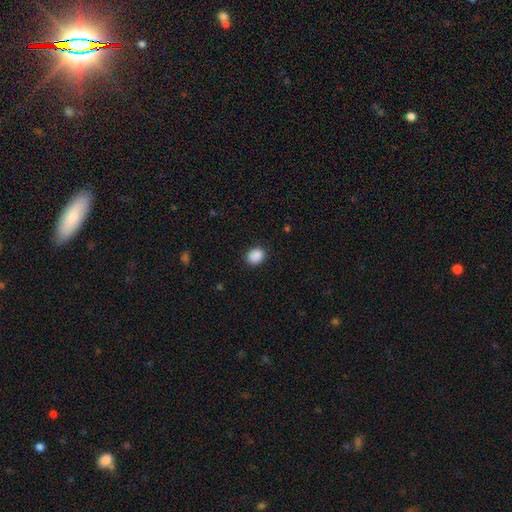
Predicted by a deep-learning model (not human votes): The model was most divided on "how rounded": round: 53%, in between: 46%, cigar-shaped: 1%. More confident: smooth or featured — smooth (89%); merging — none (88%).